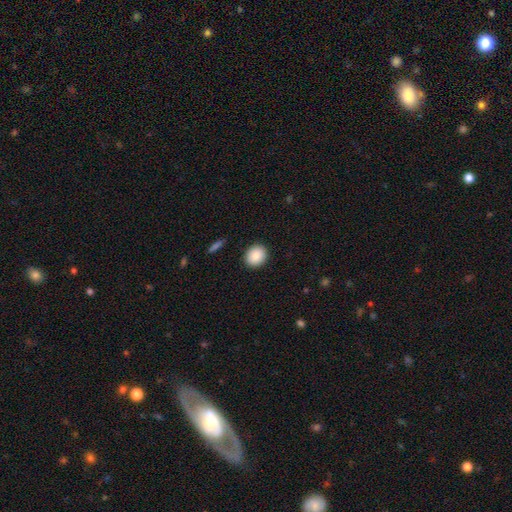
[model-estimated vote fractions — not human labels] Q: Smooth or featured?
A: smooth (87%); runner-up: star or artifact (7%)
Q: How rounded?
A: round (66%); runner-up: in between (33%)
Q: Merging?
A: none (91%); runner-up: minor disturbance (6%)